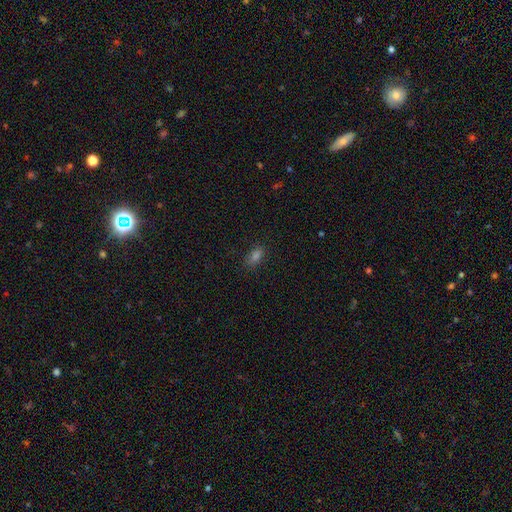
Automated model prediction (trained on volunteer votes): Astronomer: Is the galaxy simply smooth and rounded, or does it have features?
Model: smooth — 76%.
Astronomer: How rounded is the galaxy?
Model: in between — 84%.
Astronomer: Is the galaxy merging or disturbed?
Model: none — 83%.